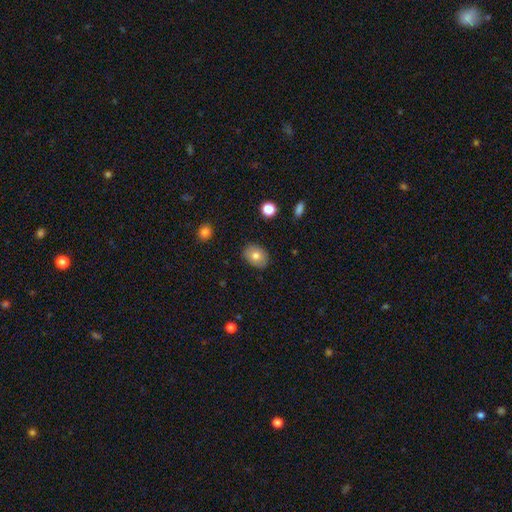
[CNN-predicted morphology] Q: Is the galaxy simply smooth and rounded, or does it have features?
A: smooth — 75%.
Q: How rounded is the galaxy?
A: in between — 71%.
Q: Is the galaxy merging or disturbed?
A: none — 86%.